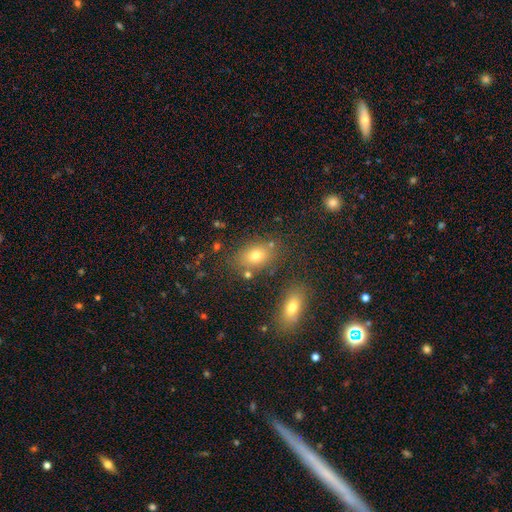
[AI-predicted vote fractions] Smooth or featured? Predicted: smooth (p=0.73). How rounded? Predicted: in between (p=0.79). Merging? Predicted: none (p=0.75).